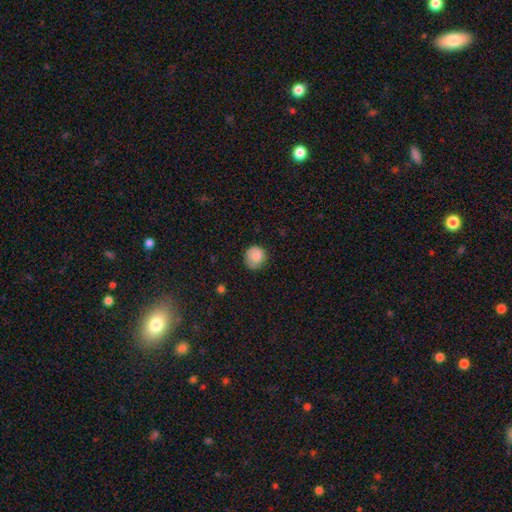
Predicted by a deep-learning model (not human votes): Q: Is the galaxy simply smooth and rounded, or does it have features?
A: smooth — 84%.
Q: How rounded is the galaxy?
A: round — 87%.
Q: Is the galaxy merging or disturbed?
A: none — 71%.